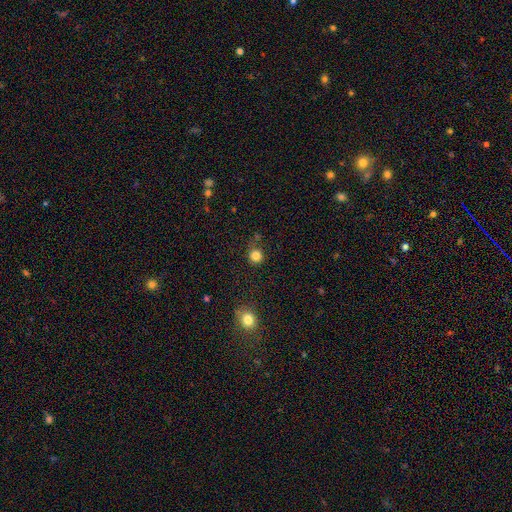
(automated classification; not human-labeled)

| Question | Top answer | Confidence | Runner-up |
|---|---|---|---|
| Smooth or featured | smooth | 83% | star or artifact (13%) |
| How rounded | round | 90% | in between (9%) |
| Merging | none | 75% | minor disturbance (15%) |